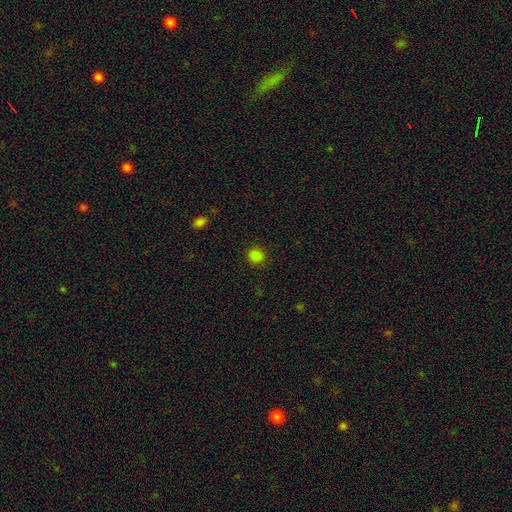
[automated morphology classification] This appears to be a smooth galaxy with no disk features (82%) that is round (80%). Merging: none (89%).